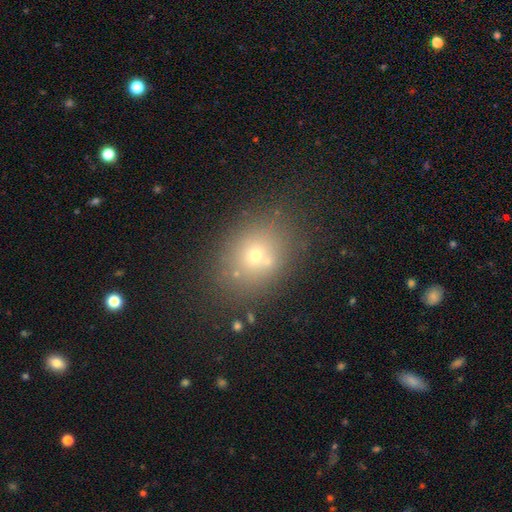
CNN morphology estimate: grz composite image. It shows a smooth galaxy with no disk features (63%) that is round (52%). Merging: none (72%).